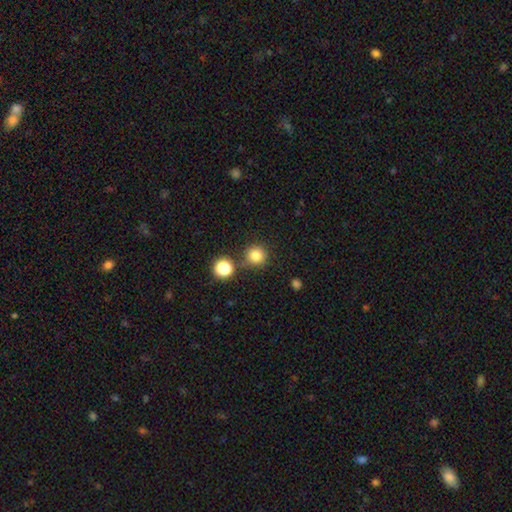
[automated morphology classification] Smooth or featured: smooth — 81% (star or artifact — 13%)
How rounded: round — 94% (in between — 5%)
Merging: none — 80% (merger — 9%)